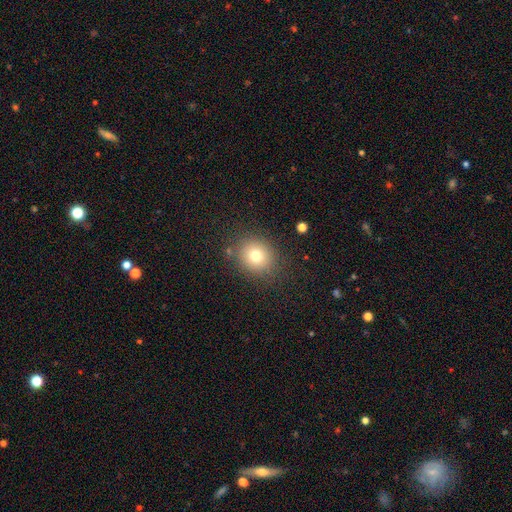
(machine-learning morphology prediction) Overall: smooth (74%). How rounded: round (82%). Merging: none (84%).